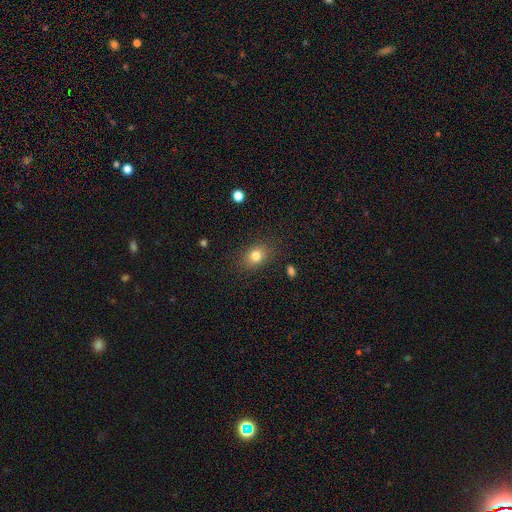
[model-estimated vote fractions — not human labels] smooth-or-featured: smooth: 79% | star or artifact: 12% | featured or disk: 9%
  how-rounded: in between: 60% | round: 39% | cigar-shaped: 1%
  merging: none: 84% | minor disturbance: 11% | major disturbance: 4% | merger: 1%